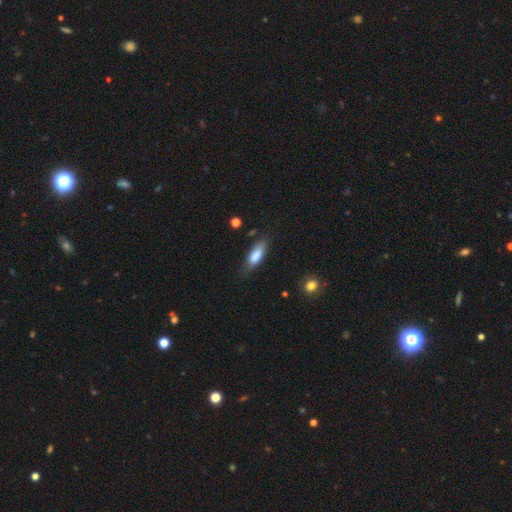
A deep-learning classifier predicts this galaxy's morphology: Smooth or featured? smooth (81%)
How rounded? in between (63%)
Merging? none (69%)